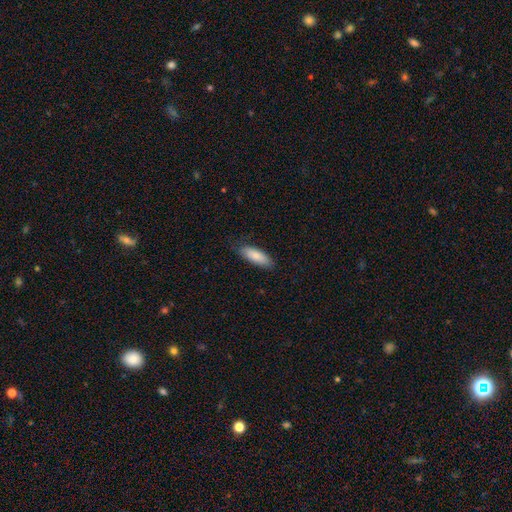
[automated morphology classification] type=smooth (83%); roundness=in between (63%); merging=none (80%).